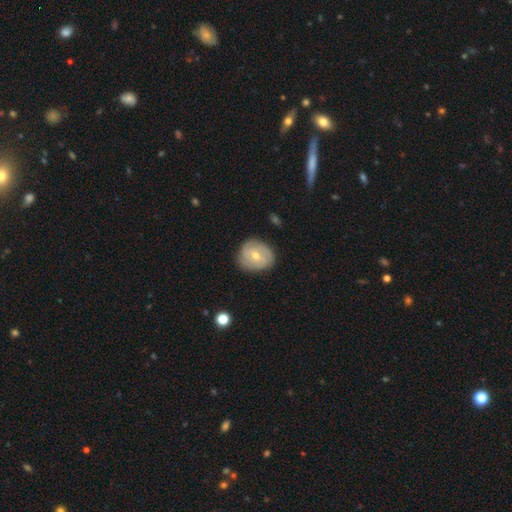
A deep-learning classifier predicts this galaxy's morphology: type=featured or disk (58%); edge-on=no (96%); bar=no (59%); spiral arms=yes (77%); bulge=moderate (57%); merging=none (76%).